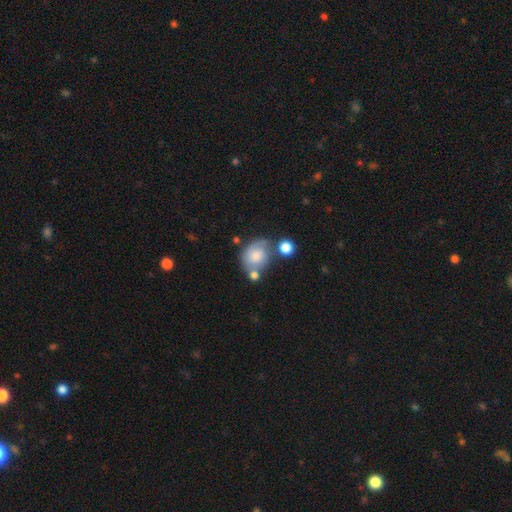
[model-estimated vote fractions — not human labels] The model was most divided on "how rounded": round: 54%, in between: 45%, cigar-shaped: 1%. Remaining: smooth or featured — smooth (59%); merging — none (40%).